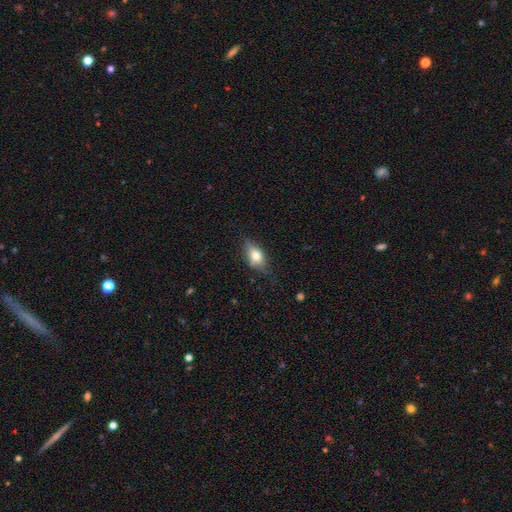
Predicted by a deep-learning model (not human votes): This appears to be a smooth galaxy with no disk features (64%) that is in between round and cigar-shaped (81%). Merging: none (67%).